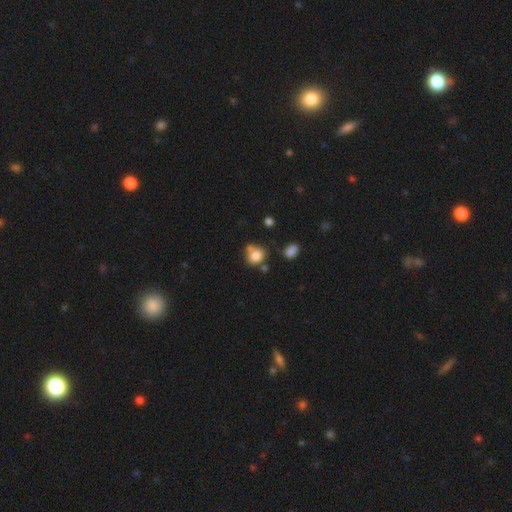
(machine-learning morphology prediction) smooth_or_featured: smooth (p=0.80) [alt: star or artifact p=0.11]
how_rounded: round (p=0.71) [alt: in between p=0.28]
merging: none (p=0.55) [alt: merger p=0.20]